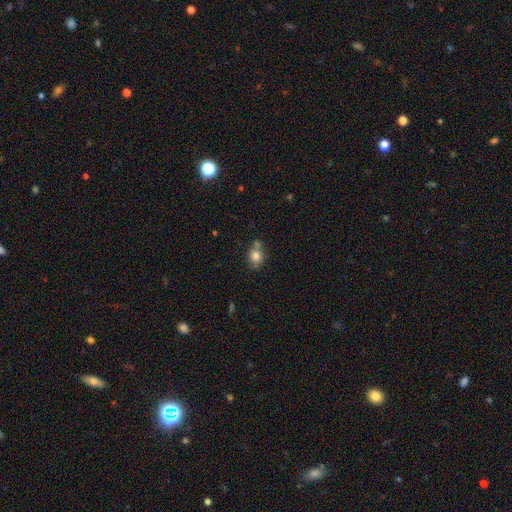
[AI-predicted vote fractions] smooth_or_featured: smooth (p=0.79) [alt: star or artifact p=0.11]
how_rounded: round (p=0.57) [alt: in between p=0.41]
merging: none (p=0.56) [alt: merger p=0.22]